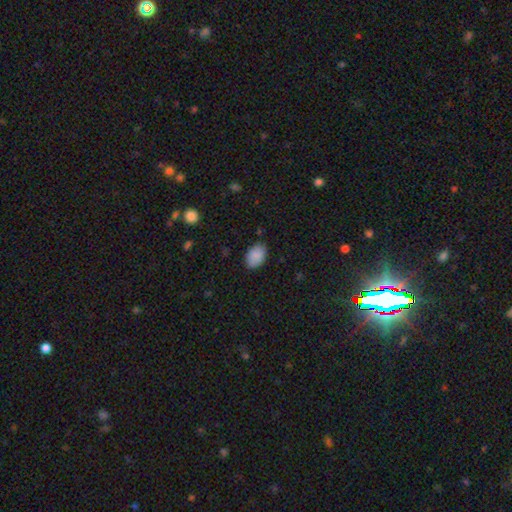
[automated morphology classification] A smooth galaxy with no disk features (89%) that is in between round and cigar-shaped (85%). Merging: none (84%).